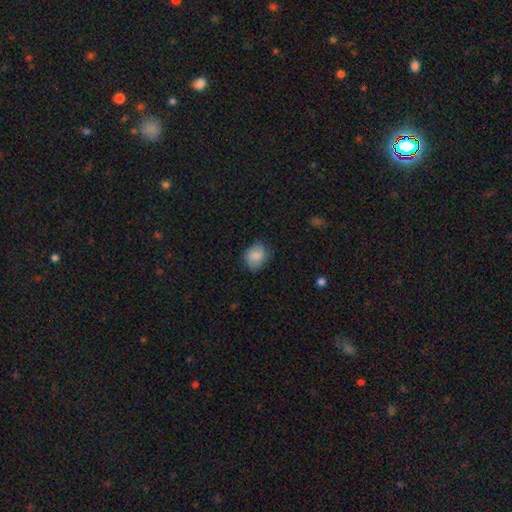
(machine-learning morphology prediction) smooth-or-featured: smooth: 79% | featured or disk: 14% | star or artifact: 8%
  how-rounded: round: 56% | in between: 43% | cigar-shaped: 1%
  merging: none: 73% | minor disturbance: 21% | major disturbance: 5% | merger: 1%